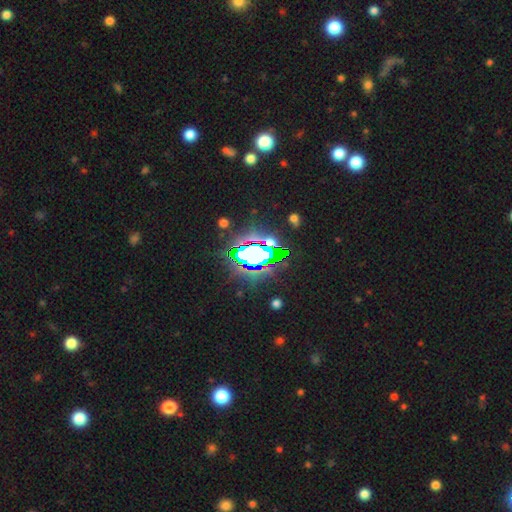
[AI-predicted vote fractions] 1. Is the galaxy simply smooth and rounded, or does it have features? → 78% star or artifact, 13% smooth, 9% featured or disk.